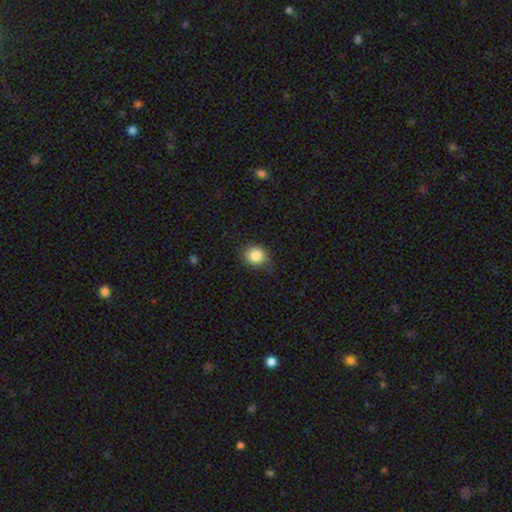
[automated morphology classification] Smooth or featured: smooth — 86% (star or artifact — 9%)
How rounded: round — 75% (in between — 25%)
Merging: none — 72% (minor disturbance — 22%)